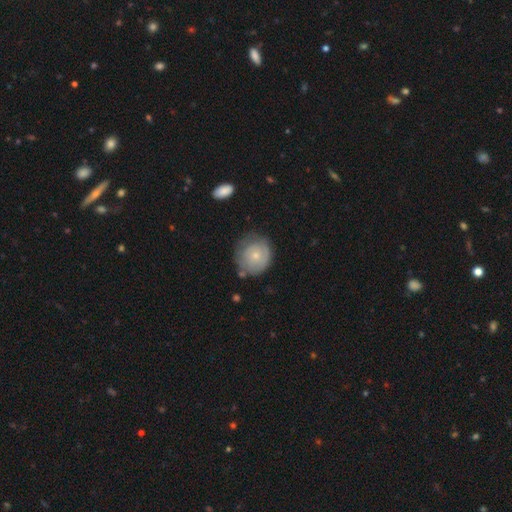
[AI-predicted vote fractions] smooth_or_featured: smooth (p=0.59) [alt: featured or disk p=0.34]
how_rounded: round (p=0.78) [alt: in between p=0.21]
merging: none (p=0.62) [alt: minor disturbance p=0.26]